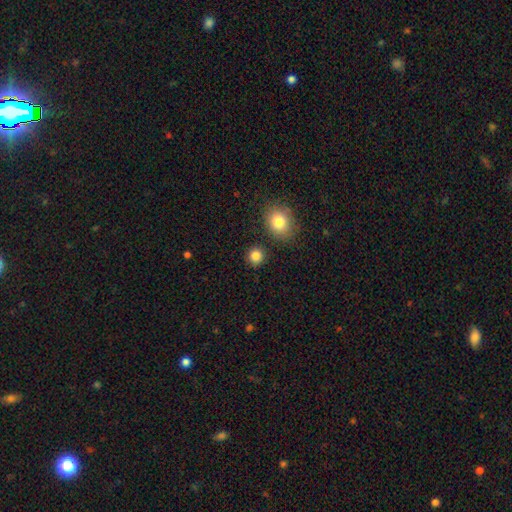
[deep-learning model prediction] The model was most divided on "smooth or featured": smooth: 85%, star or artifact: 11%, featured or disk: 4%. More confident: how rounded — round (89%); merging — none (88%).